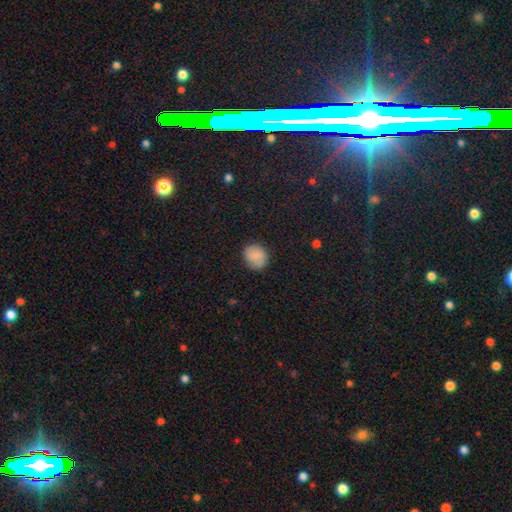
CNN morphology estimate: smooth-or-featured: smooth: 78% | featured or disk: 13% | star or artifact: 9%
  how-rounded: round: 71% | in between: 28% | cigar-shaped: 1%
  merging: none: 79% | minor disturbance: 16% | major disturbance: 4% | merger: 1%